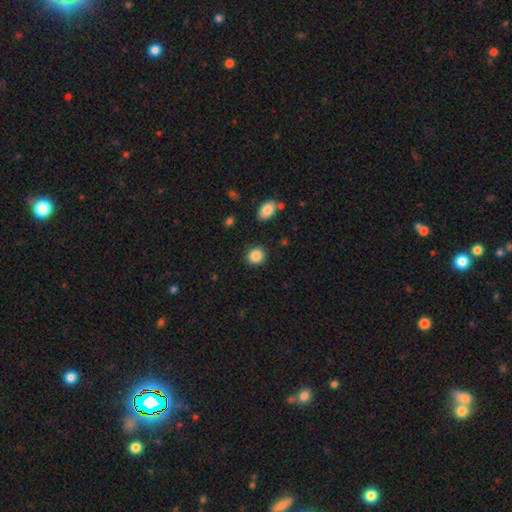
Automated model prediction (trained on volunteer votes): Morphology: type=smooth (88%); roundness=round (82%); merging=none (89%).